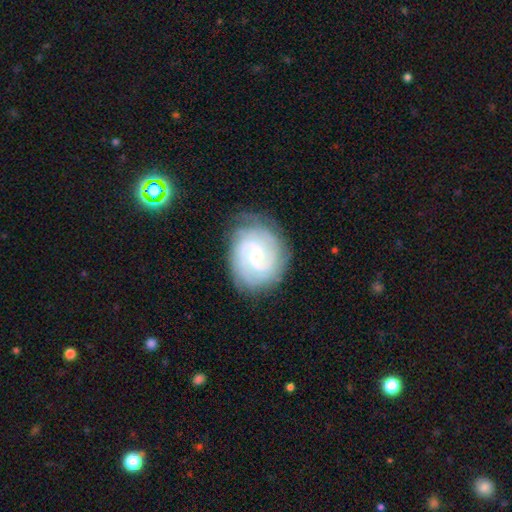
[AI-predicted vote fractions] smooth-or-featured: featured or disk: 83% | smooth: 10% | star or artifact: 6%
  disk-edge-on: no: 98% | yes: 2%
    bar: no: 54% | weak: 39% | strong: 7%
    has-spiral-arms: yes: 97% | no: 3%
      spiral-winding: tight: 69% | medium: 26% | loose: 5%
      spiral-arm-count: 2: 38% | can't tell: 25% | 3: 20% | 4: 8% | more than 4: 5% | 1: 5%
    bulge-size: small: 70% | moderate: 26% | none: 2% | large: 1% | dominant: 1%
  merging: none: 77% | minor disturbance: 16% | major disturbance: 5% | merger: 1%